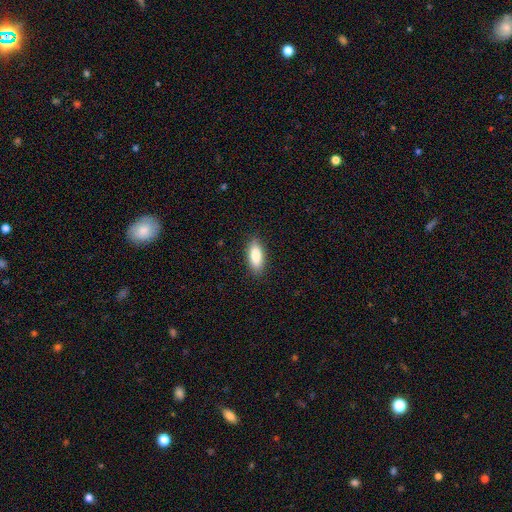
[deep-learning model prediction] This is clearly a smooth galaxy (87%). How rounded: likely in between (79%). Merging: clearly none (88%).